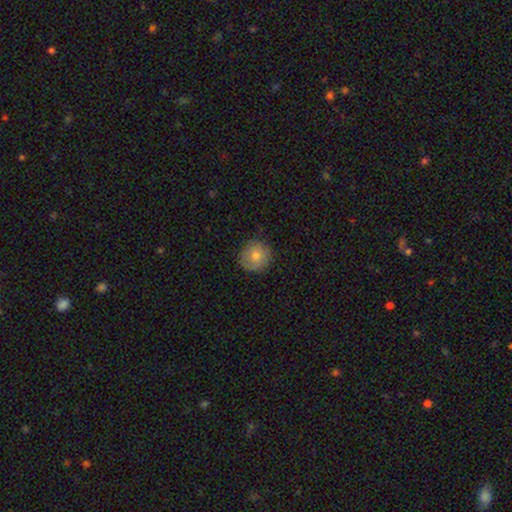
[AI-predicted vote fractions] smooth 71%, featured or disk 20%, star or artifact 10%. Down the decision tree: how rounded — round (93%); merging — none (84%).